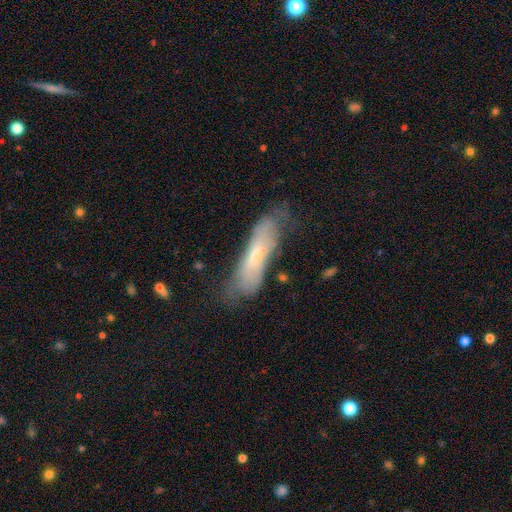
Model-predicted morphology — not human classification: featured or disk 46% (tied), smooth 46% (tied), star or artifact 8%. Down the decision tree: merging — none (54%).